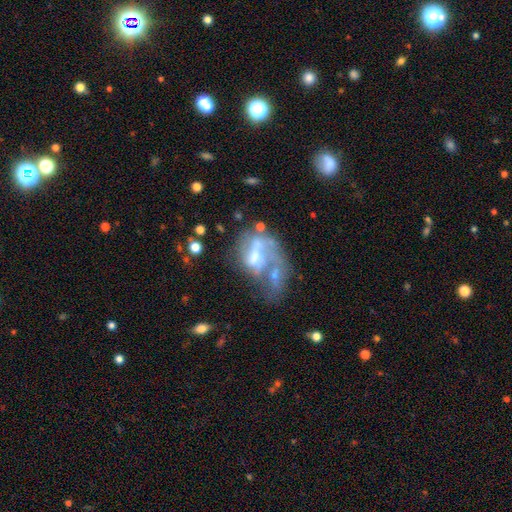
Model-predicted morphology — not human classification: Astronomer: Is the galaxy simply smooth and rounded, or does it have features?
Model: featured or disk — 66%.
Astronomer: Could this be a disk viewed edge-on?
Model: no — 97%.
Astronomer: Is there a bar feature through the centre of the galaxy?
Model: no — 47% (runner-up: weak, 38%).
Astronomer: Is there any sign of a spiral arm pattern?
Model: yes — 51% (runner-up: no, 49%).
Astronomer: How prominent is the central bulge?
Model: moderate — 41% (runner-up: small, 34%).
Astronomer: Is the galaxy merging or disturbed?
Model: major disturbance — 33% (runner-up: merger, 32%).